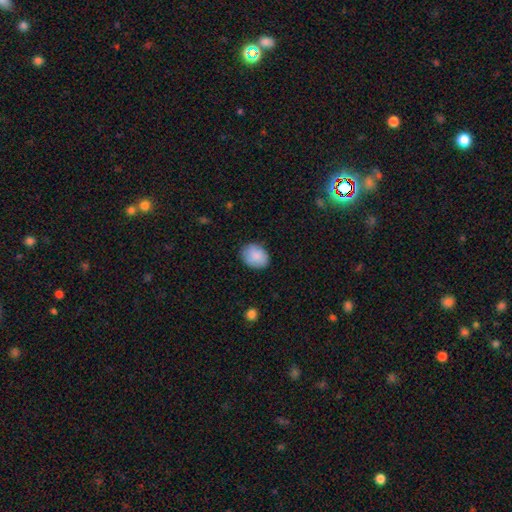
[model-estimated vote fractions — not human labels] Smooth or featured? Predicted: smooth (p=0.88). How rounded? Predicted: in between (p=0.55). Merging? Predicted: none (p=0.82).